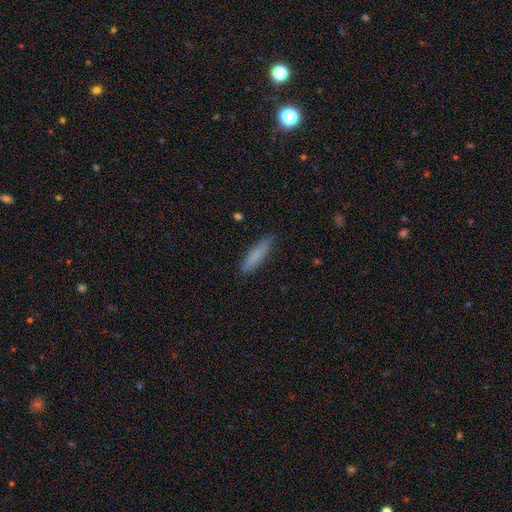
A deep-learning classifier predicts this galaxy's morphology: smooth_or_featured: smooth (p=0.82) [alt: featured or disk p=0.12]
how_rounded: cigar-shaped (p=0.83) [alt: in between p=0.16]
merging: none (p=0.86) [alt: minor disturbance p=0.11]